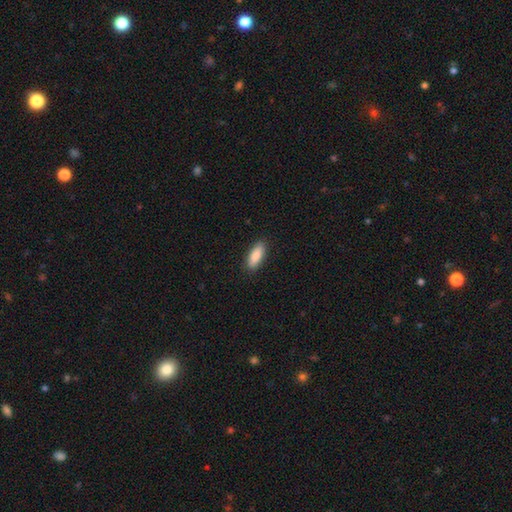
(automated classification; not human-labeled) Smooth or featured? smooth (87%)
How rounded? in between (70%)
Merging? none (90%)